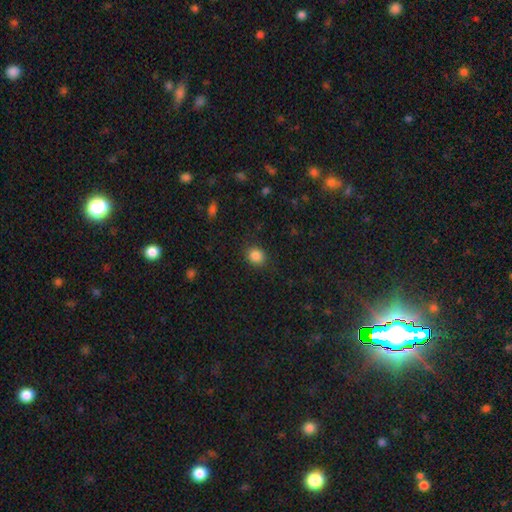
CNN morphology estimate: Q: Smooth or featured?
A: smooth (86%); runner-up: star or artifact (10%)
Q: How rounded?
A: round (74%); runner-up: in between (25%)
Q: Merging?
A: none (88%); runner-up: minor disturbance (8%)